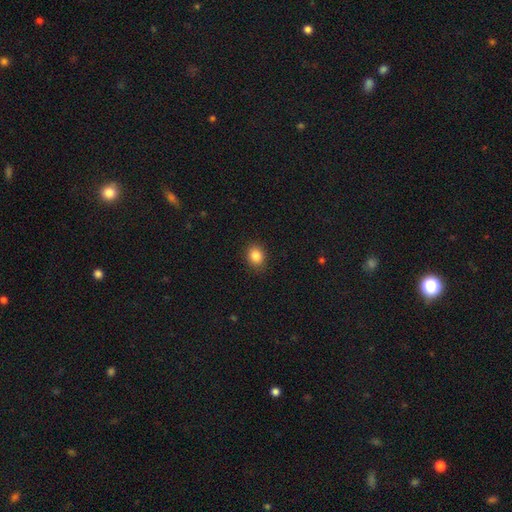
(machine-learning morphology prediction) smooth 86%, star or artifact 10%, featured or disk 4%. Down the decision tree: how rounded — round (55%); merging — none (87%).